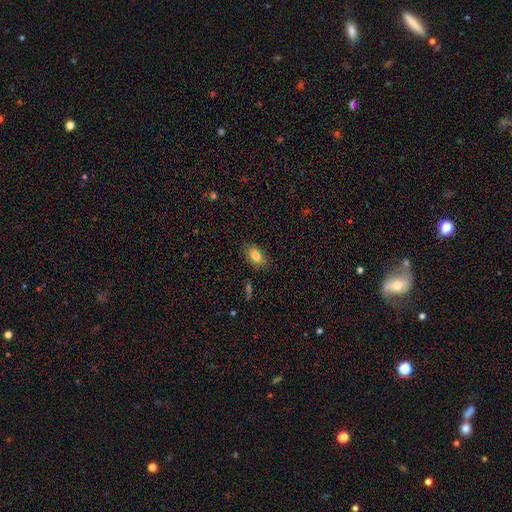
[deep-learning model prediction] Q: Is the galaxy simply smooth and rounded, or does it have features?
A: smooth — 82%.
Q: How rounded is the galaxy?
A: in between — 87%.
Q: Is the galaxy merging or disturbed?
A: none — 83%.